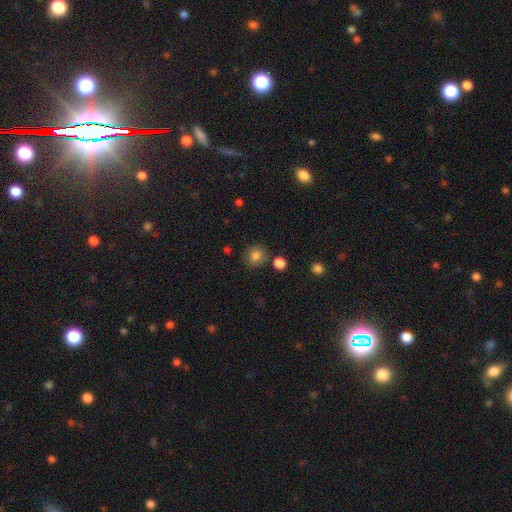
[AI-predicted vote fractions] Smooth or featured? smooth (82%)
How rounded? round (88%)
Merging? none (81%)